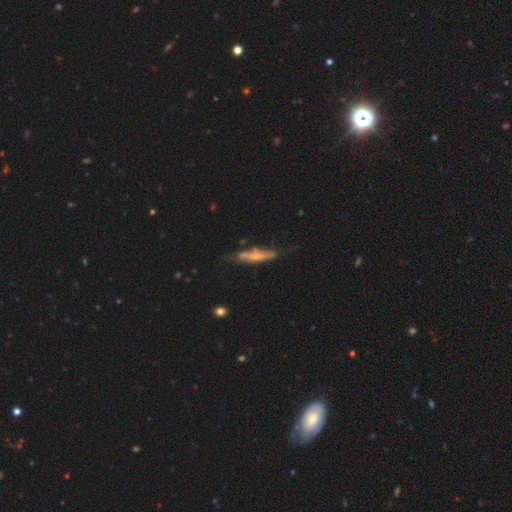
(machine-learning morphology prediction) Q: Smooth or featured?
A: featured or disk (57%); runner-up: smooth (36%)
Q: Edge-on disk?
A: yes (83%); runner-up: no (17%)
Q: Merging?
A: none (62%); runner-up: minor disturbance (25%)